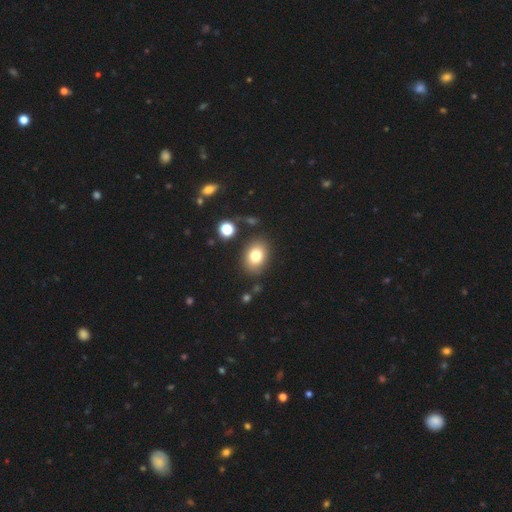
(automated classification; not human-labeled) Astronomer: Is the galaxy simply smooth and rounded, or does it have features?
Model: smooth — 79%.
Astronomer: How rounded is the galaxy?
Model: in between — 68%.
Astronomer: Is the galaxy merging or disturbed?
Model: none — 83%.